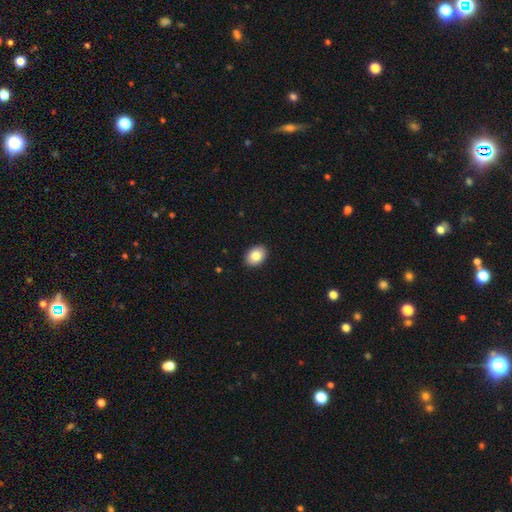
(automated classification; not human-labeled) A smooth galaxy with no disk features (85%) that is in between round and cigar-shaped (74%). Merging: none (91%).